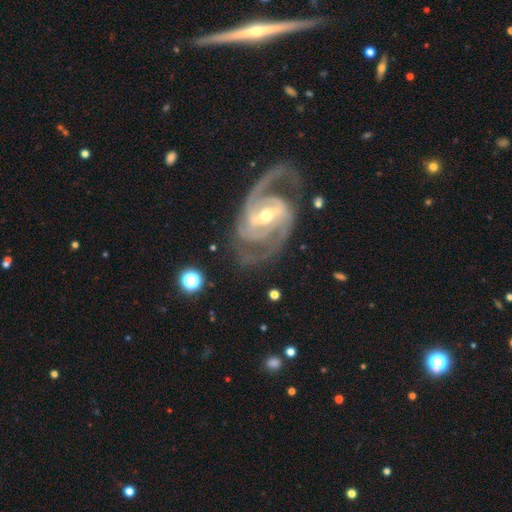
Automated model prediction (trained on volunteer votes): This appears to be a featured or disk galaxy (92%) with a strong bar (55%), 2 (74%) medium (54%) spiral arms (98%) and a small central bulge (48%, tied with moderate). Merging: none (74%).